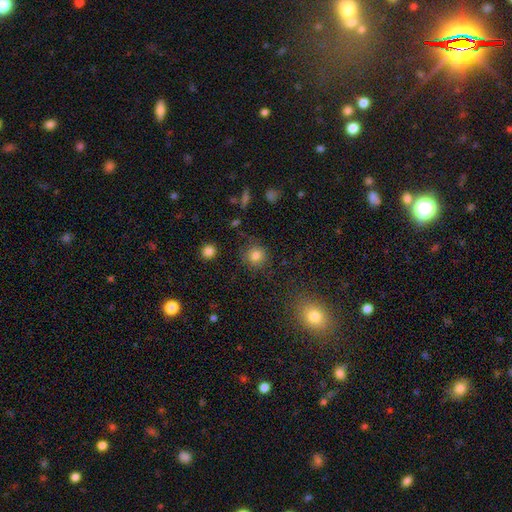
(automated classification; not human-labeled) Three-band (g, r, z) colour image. It shows a smooth galaxy with no disk features (80%) that is round (90%). Merging: none (84%).